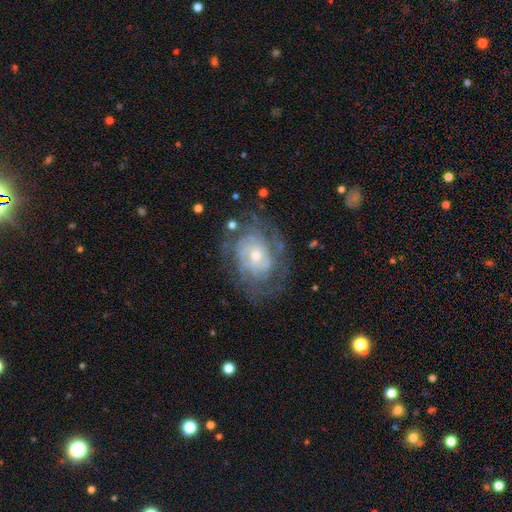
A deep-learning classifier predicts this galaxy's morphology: Smooth or featured?
  - featured or disk: 82% *
  - smooth: 11%
  - star or artifact: 7%
Edge-on disk?
  - no: 96% *
  - yes: 4%
Bar?
  - no: 76% *
  - weak: 20%
  - strong: 4%
Spiral arms?
  - yes: 89% *
  - no: 11%
Spiral winding?
  - tight: 71% *
  - medium: 22%
  - loose: 6%
Spiral arm count?
  - can't tell: 50% *
  - 2: 16%
  - 3: 13%
  - 4: 11%
  - more than 4: 6%
  - 1: 5%
Bulge size?
  - small: 52% *
  - moderate: 42%
  - large: 3%
  - none: 1%
  - dominant: 1%
Merging?
  - none: 71% *
  - minor disturbance: 17%
  - major disturbance: 10%
  - merger: 2%